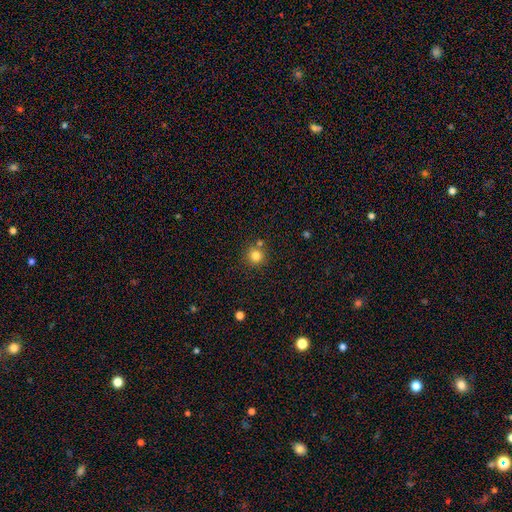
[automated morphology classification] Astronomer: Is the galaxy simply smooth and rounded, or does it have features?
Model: smooth — 81%.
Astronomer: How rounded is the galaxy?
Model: round — 93%.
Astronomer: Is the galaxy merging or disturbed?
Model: none — 77%.